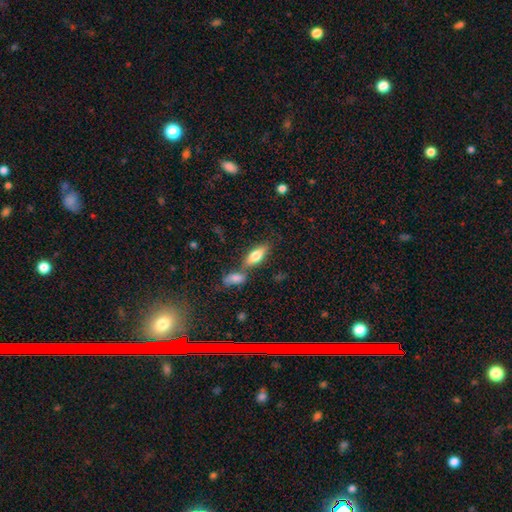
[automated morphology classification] smooth 74%, featured or disk 19%, star or artifact 7%. Down the decision tree: how rounded — in between (72%); merging — none (55%).